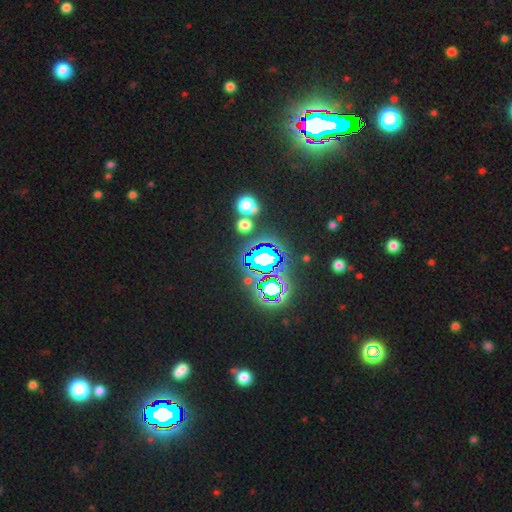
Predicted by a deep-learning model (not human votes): Morphology: type=star or artifact (82%).